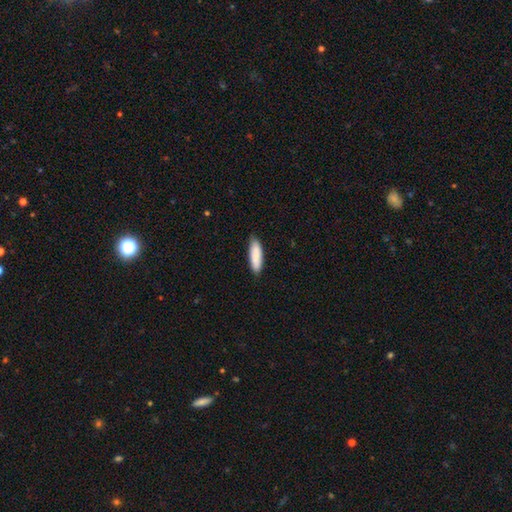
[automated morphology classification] Q: Smooth or featured?
A: smooth (88%); runner-up: featured or disk (7%)
Q: How rounded?
A: in between (50%); runner-up: cigar-shaped (49%)
Q: Merging?
A: none (82%); runner-up: minor disturbance (15%)